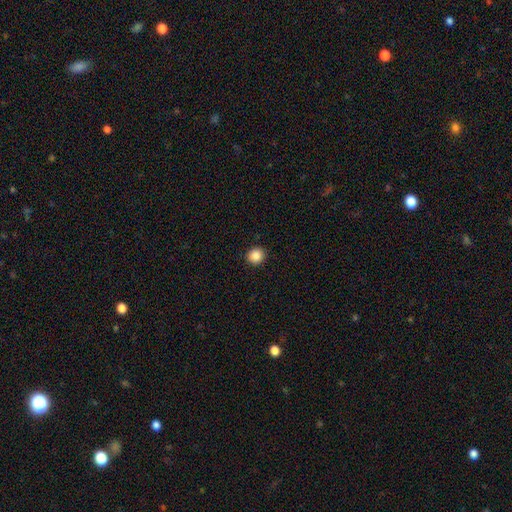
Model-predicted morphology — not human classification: Smooth or featured?
  - smooth: 87% *
  - star or artifact: 10%
  - featured or disk: 3%
How rounded?
  - round: 92% *
  - in between: 7%
  - cigar-shaped: 1%
Merging?
  - none: 93% *
  - minor disturbance: 5%
  - major disturbance: 2%
  - merger: 1%